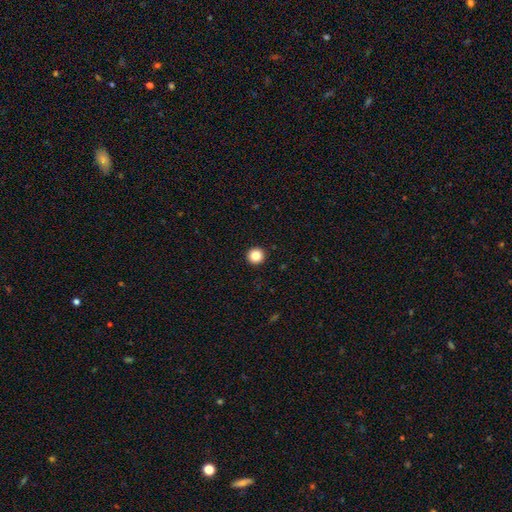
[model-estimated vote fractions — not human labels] smooth-or-featured: smooth: 85% | star or artifact: 10% | featured or disk: 5%
  how-rounded: round: 96% | in between: 3% | cigar-shaped: 1%
  merging: none: 94% | minor disturbance: 4% | major disturbance: 1% | merger: 1%